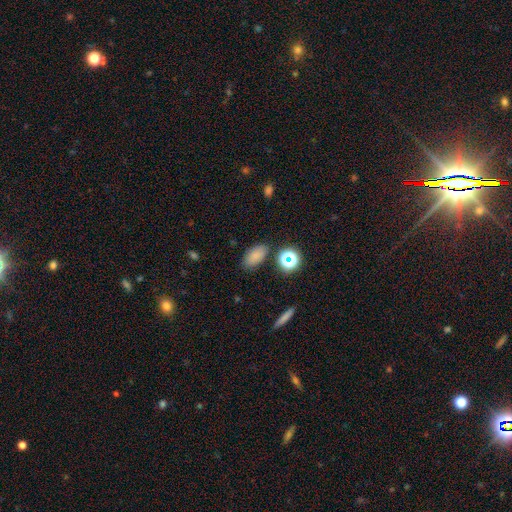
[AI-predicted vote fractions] Smooth or featured: smooth — 78% (star or artifact — 15%)
How rounded: in between — 89% (round — 8%)
Merging: none — 81% (minor disturbance — 11%)